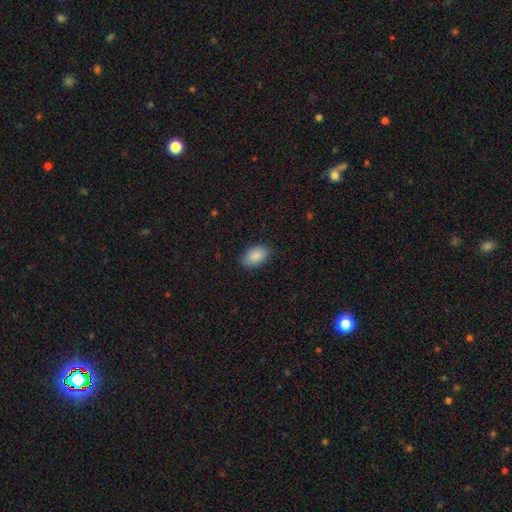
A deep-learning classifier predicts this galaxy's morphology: Smooth or featured?
  - smooth: 89% *
  - star or artifact: 6%
  - featured or disk: 4%
How rounded?
  - in between: 91% *
  - round: 7%
  - cigar-shaped: 1%
Merging?
  - none: 86% *
  - minor disturbance: 11%
  - major disturbance: 3%
  - merger: 1%